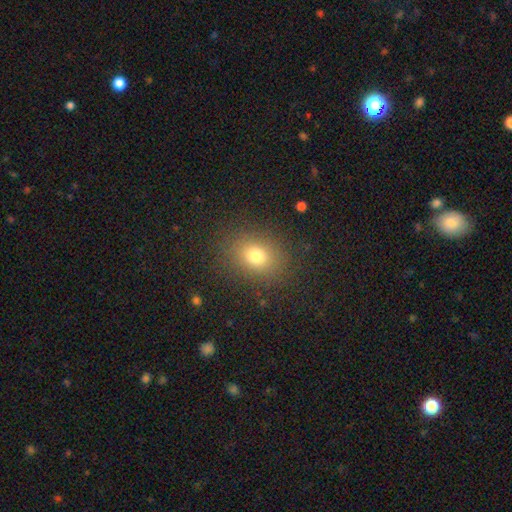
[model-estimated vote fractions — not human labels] The model was most divided on "how rounded": round: 52%, in between: 47%, cigar-shaped: 1%. More confident: merging — none (86%); smooth or featured — smooth (75%).